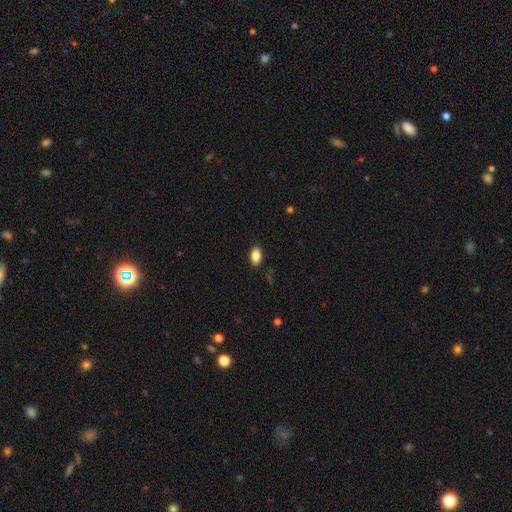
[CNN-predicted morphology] A smooth galaxy with no disk features (86%) that is in between round and cigar-shaped (89%). Merging: none (87%).